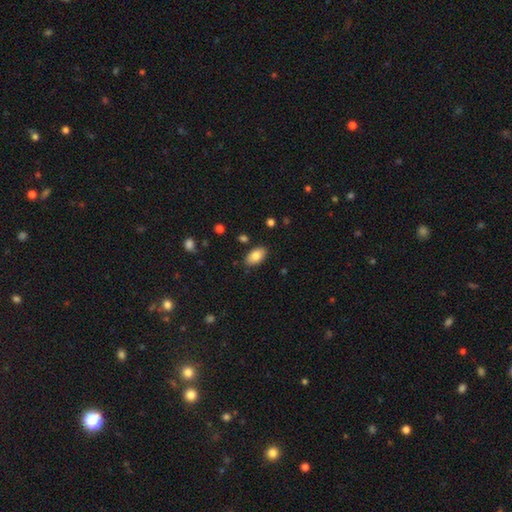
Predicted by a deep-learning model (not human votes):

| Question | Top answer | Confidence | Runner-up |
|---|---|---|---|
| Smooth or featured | smooth | 83% | featured or disk (10%) |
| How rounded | in between | 94% | round (4%) |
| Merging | none | 85% | minor disturbance (11%) |